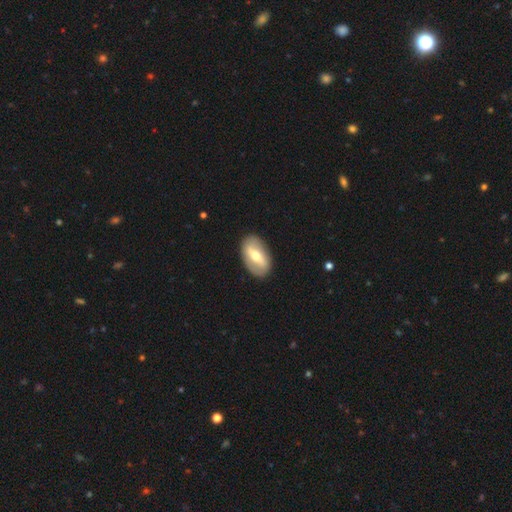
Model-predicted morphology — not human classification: Q: Smooth or featured?
A: featured or disk (55%); runner-up: smooth (39%)
Q: Edge-on disk?
A: no (86%); runner-up: yes (14%)
Q: Merging?
A: none (87%); runner-up: minor disturbance (9%)